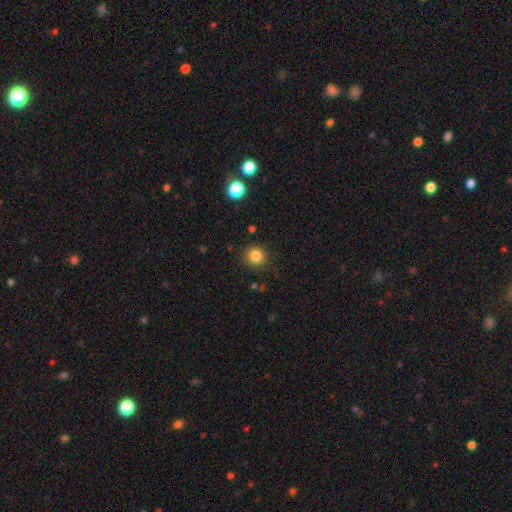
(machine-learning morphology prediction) This appears to be a smooth galaxy with no disk features (84%) that is round (91%). Merging: none (88%).